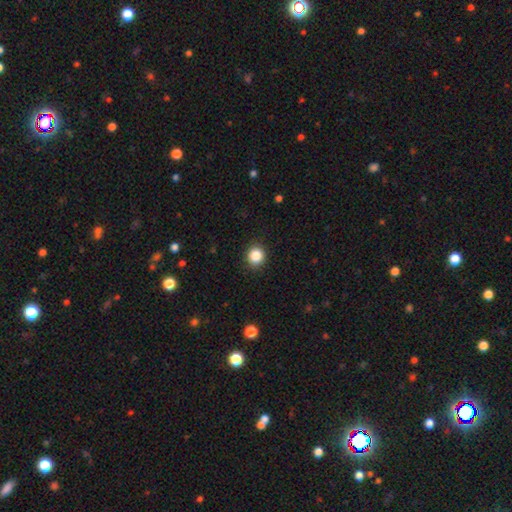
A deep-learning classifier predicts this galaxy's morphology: This appears to be a smooth galaxy with no disk features (86%) that is round (88%). Merging: none (90%).